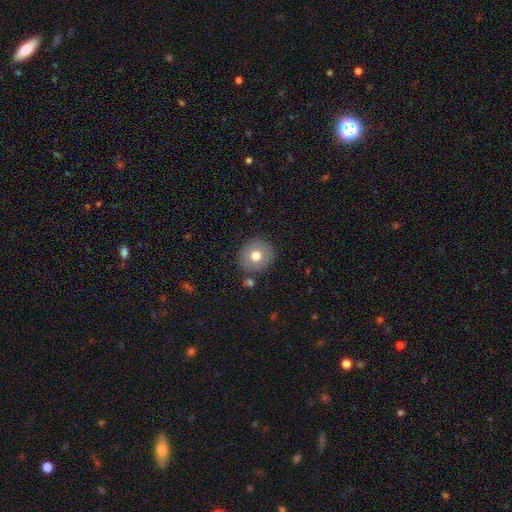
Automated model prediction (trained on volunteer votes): A smooth galaxy with no disk features (74%) that is round (88%).

Vote fractions:
- Smooth or featured? smooth: 74% / featured or disk: 18% / star or artifact: 9%
- How rounded? round: 88% / in between: 11% / cigar-shaped: 1%
- Merging? none: 86% / minor disturbance: 8% / merger: 4% / major disturbance: 3%